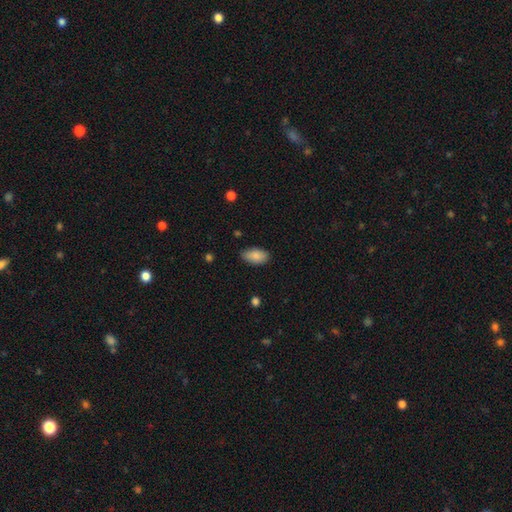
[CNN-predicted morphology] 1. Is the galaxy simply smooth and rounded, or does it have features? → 86% smooth, 7% featured or disk, 7% star or artifact.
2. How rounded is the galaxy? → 94% in between, 4% round, 3% cigar-shaped.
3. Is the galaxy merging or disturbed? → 83% none, 14% minor disturbance, 3% major disturbance, 1% merger.